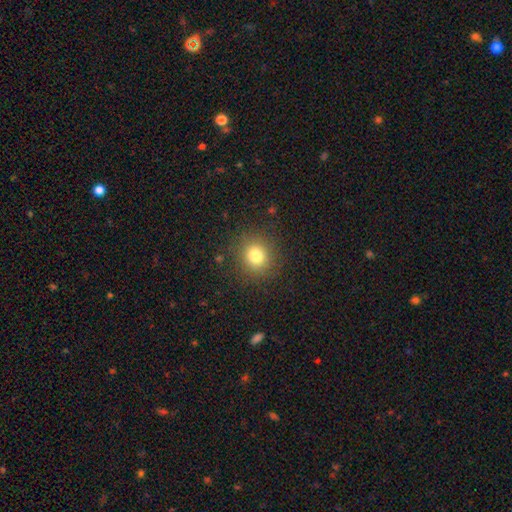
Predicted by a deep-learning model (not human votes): smooth-or-featured: smooth: 79% | star or artifact: 13% | featured or disk: 8%
  how-rounded: round: 88% | in between: 11% | cigar-shaped: 1%
  merging: none: 88% | minor disturbance: 8% | major disturbance: 4% | merger: 1%